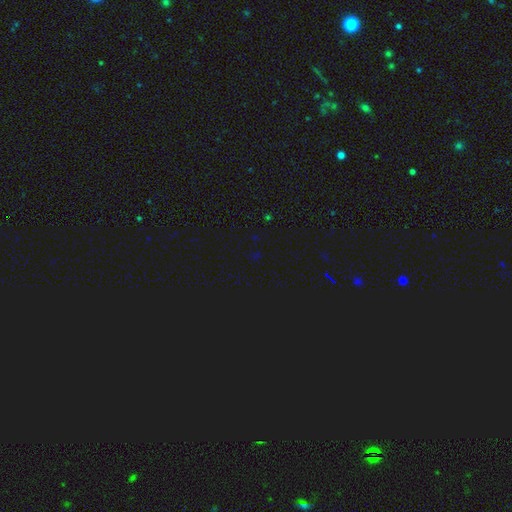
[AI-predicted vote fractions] A star or artifact, not a galaxy (76%).

Vote fractions:
- Smooth or featured? star or artifact: 76% / smooth: 17% / featured or disk: 6%